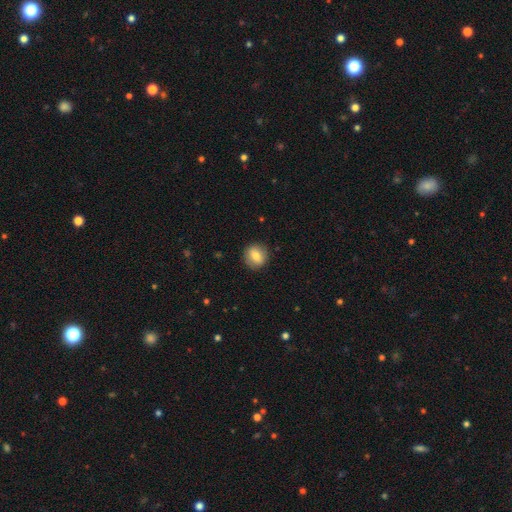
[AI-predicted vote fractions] Smooth or featured? smooth (76%)
How rounded? round (82%)
Merging? none (88%)